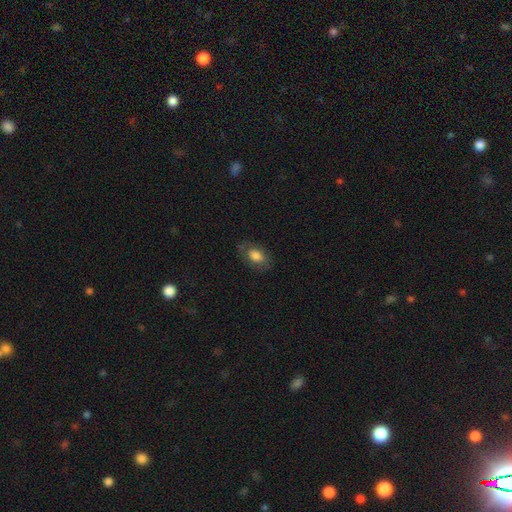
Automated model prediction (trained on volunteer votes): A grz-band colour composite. It shows a smooth galaxy with no disk features (72%) that is in between round and cigar-shaped (86%). Merging: none (74%).